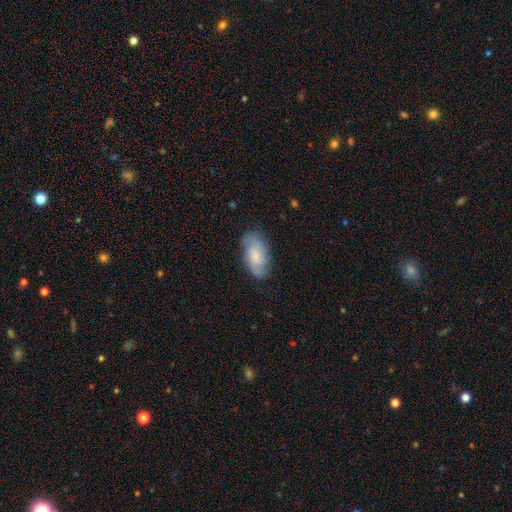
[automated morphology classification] Q: Smooth or featured?
A: smooth (56%); runner-up: featured or disk (37%)
Q: How rounded?
A: in between (91%); runner-up: cigar-shaped (6%)
Q: Merging?
A: none (75%); runner-up: minor disturbance (19%)